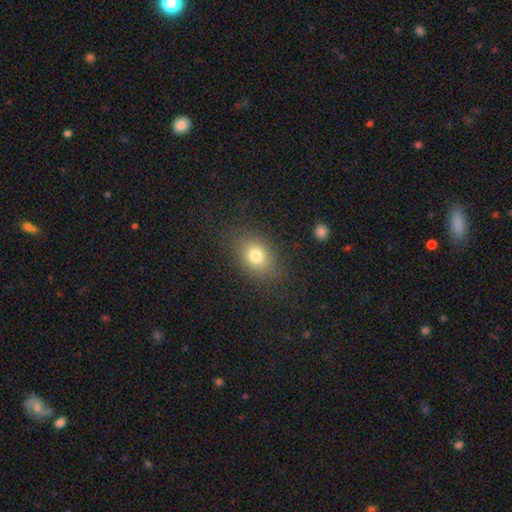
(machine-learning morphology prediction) A smooth galaxy with no disk features (77%) that is in between round and cigar-shaped (62%).

Vote fractions:
- Smooth or featured? smooth: 77% / star or artifact: 13% / featured or disk: 10%
- How rounded? in between: 62% / round: 36% / cigar-shaped: 2%
- Merging? none: 81% / minor disturbance: 12% / major disturbance: 6% / merger: 1%